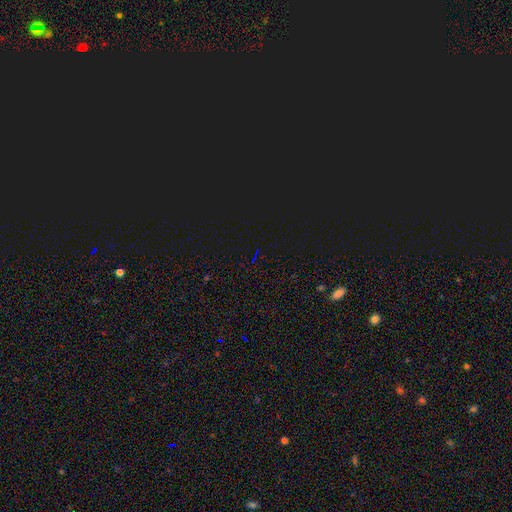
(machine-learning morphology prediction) Smooth or featured? star or artifact (81%)